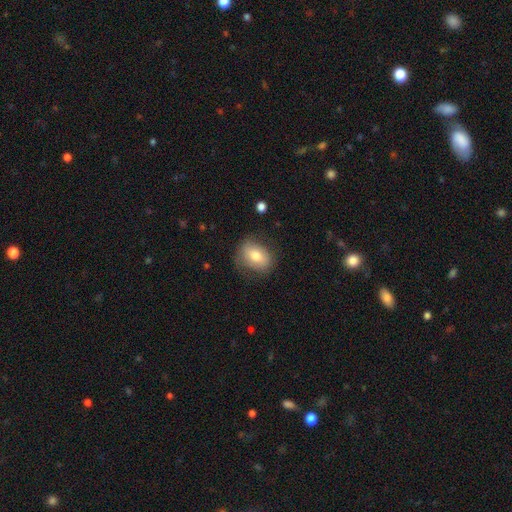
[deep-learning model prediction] smooth_or_featured: smooth (p=0.73) [alt: featured or disk p=0.20]
how_rounded: in between (p=0.69) [alt: round p=0.30]
merging: none (p=0.71) [alt: minor disturbance p=0.20]